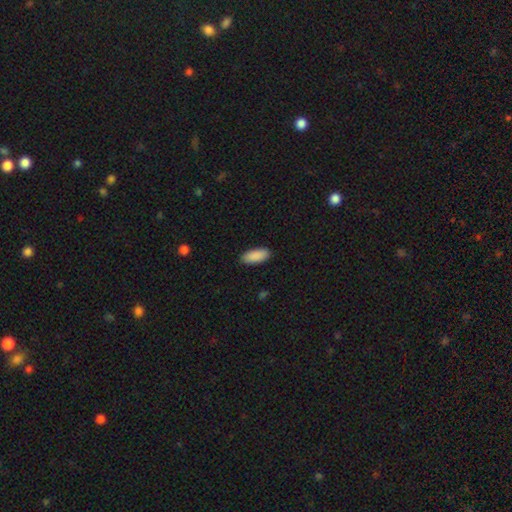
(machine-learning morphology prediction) Smooth or featured: smooth — 91% (star or artifact — 6%)
How rounded: in between — 87% (cigar-shaped — 11%)
Merging: none — 89% (minor disturbance — 8%)